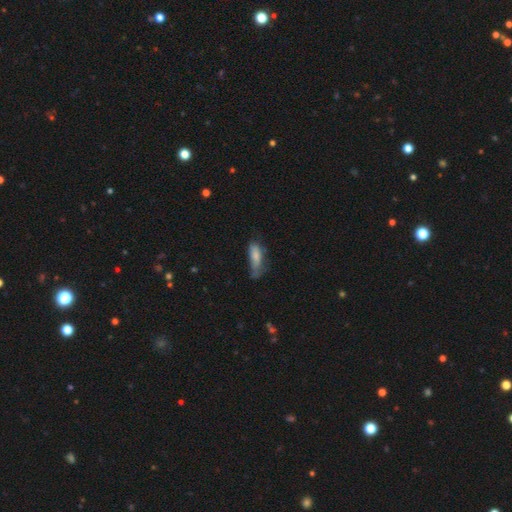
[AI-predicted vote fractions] This is likely a smooth galaxy (74%). How rounded: likely in between (62%). Merging: marginally minor disturbance (35%).